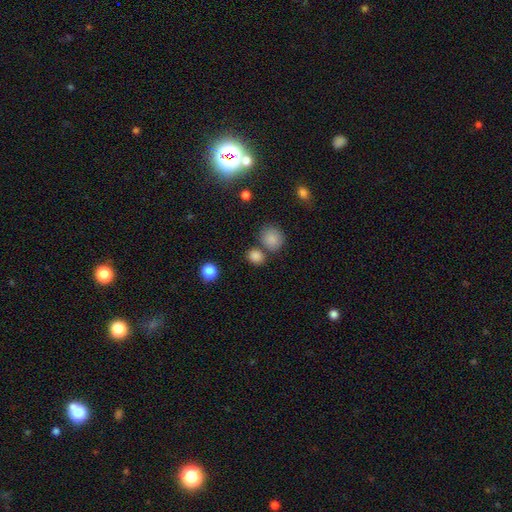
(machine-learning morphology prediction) Smooth or featured? Predicted: smooth (p=0.83). How rounded? Predicted: round (p=0.69). Merging? Predicted: none (p=0.68).